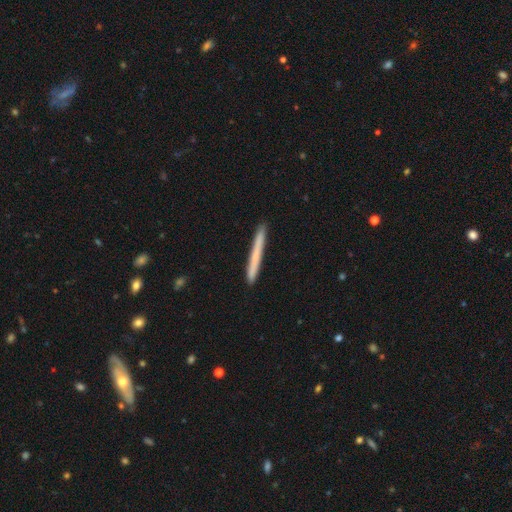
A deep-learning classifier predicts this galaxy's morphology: Smooth or featured? Predicted: smooth (p=0.66). How rounded? Predicted: cigar-shaped (p=0.97). Merging? Predicted: none (p=0.92).